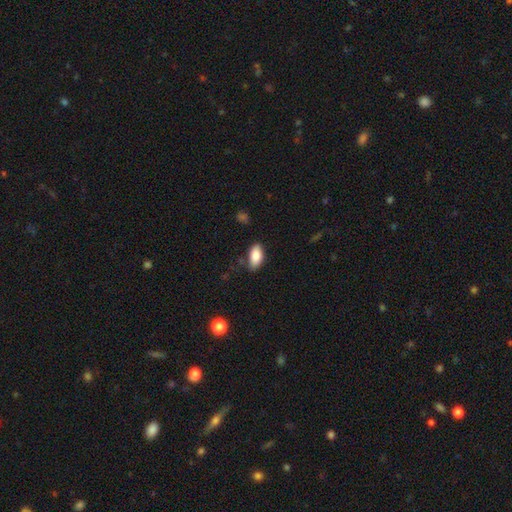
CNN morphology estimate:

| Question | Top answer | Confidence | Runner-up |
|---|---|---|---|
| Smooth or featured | smooth | 87% | star or artifact (7%) |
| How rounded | in between | 92% | cigar-shaped (5%) |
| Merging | none | 78% | minor disturbance (17%) |